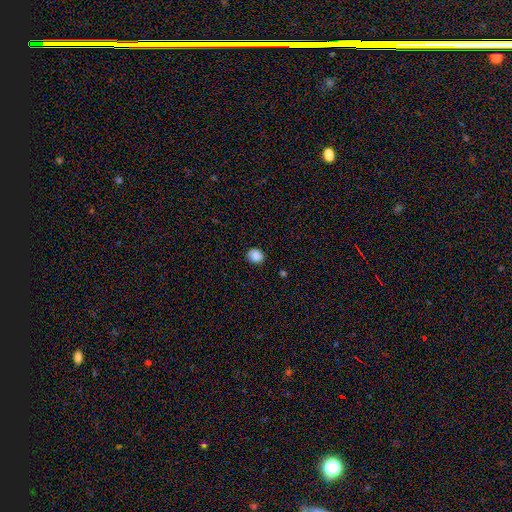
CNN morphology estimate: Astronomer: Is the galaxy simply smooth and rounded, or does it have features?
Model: smooth — 87%.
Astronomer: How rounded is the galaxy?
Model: round — 75%.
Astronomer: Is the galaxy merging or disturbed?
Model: none — 85%.